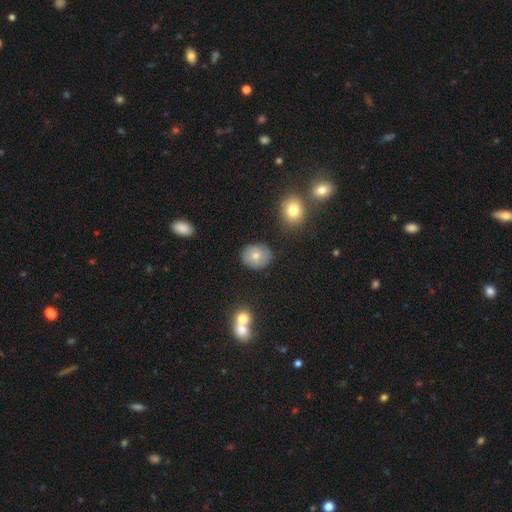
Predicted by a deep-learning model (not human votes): Overall: smooth (76%). How rounded: round (60%; in between 39%). Merging: none (82%).